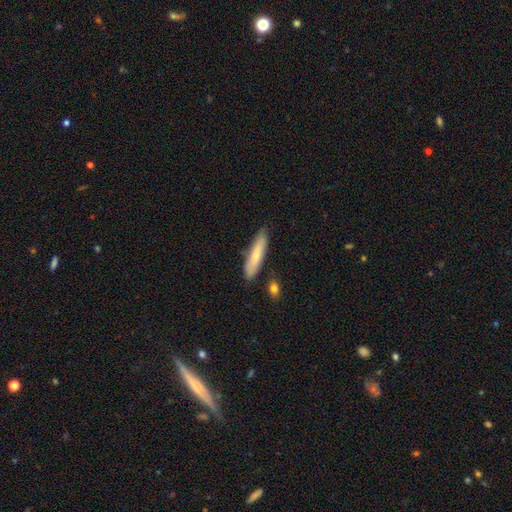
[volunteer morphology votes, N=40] Q: Smooth or featured?
A: smooth (70%); runner-up: featured or disk (25%)
Q: How rounded?
A: cigar-shaped (93%); runner-up: in between (7%)
Q: Merging?
A: none (84%); runner-up: minor disturbance (16%)